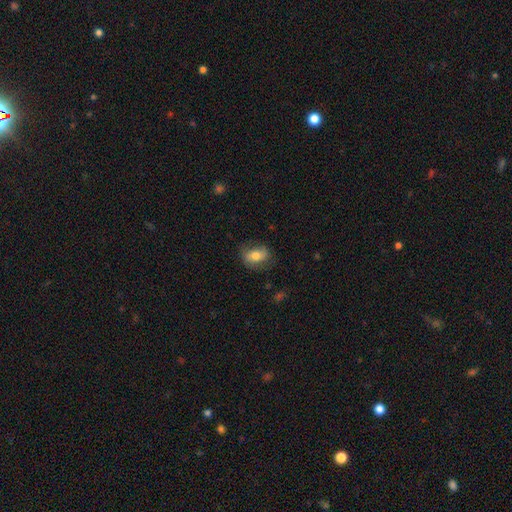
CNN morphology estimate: Smooth or featured? smooth (65%)
How rounded? in between (75%)
Merging? none (69%)